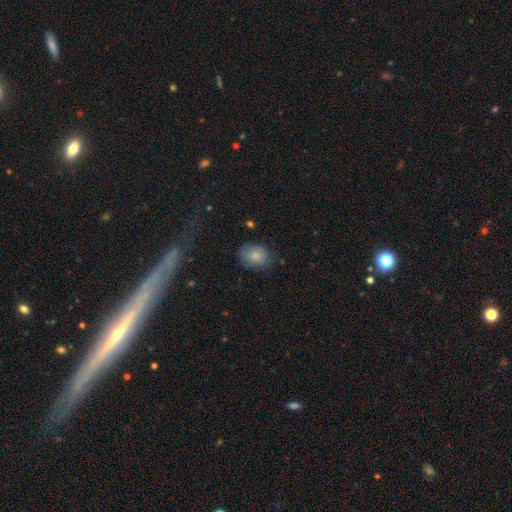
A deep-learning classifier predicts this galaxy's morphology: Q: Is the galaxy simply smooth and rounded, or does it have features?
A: smooth — 82%.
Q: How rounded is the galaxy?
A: in between — 56%.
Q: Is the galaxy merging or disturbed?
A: none — 73%.